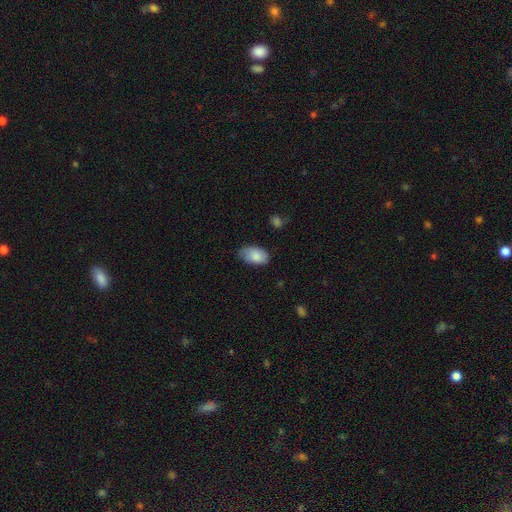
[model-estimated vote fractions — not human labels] Q: Smooth or featured?
A: smooth (85%); runner-up: featured or disk (8%)
Q: How rounded?
A: in between (94%); runner-up: round (5%)
Q: Merging?
A: none (67%); runner-up: minor disturbance (27%)